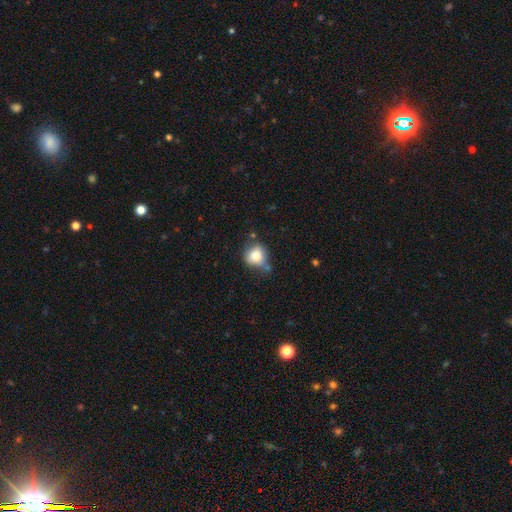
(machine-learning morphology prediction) type=smooth (81%); roundness=round (77%); merging=none (58%).